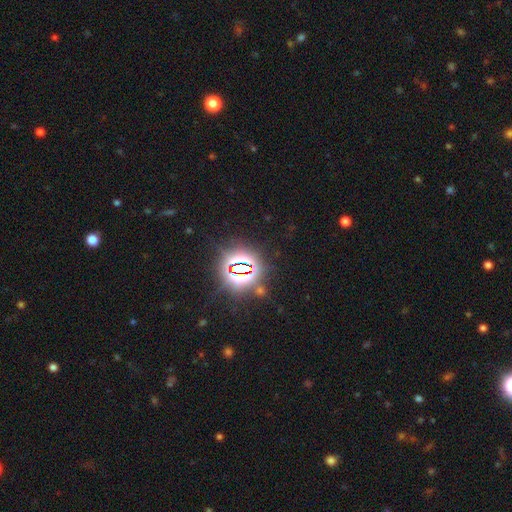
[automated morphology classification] This appears to be a star or artifact, not a galaxy (84%).